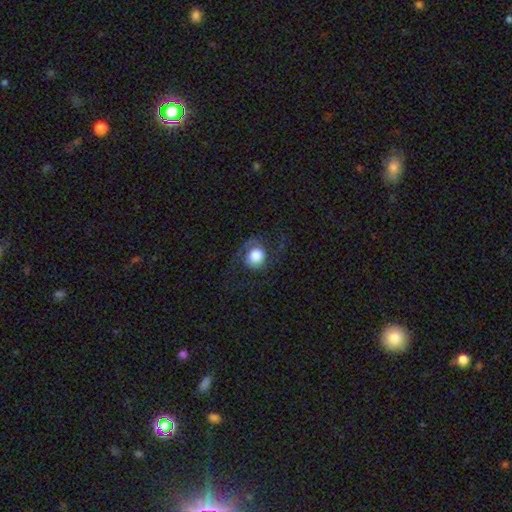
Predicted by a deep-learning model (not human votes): The model was most divided on "smooth or featured": featured or disk: 48%, smooth: 44%, star or artifact: 9%. More confident: merging — none (62%).